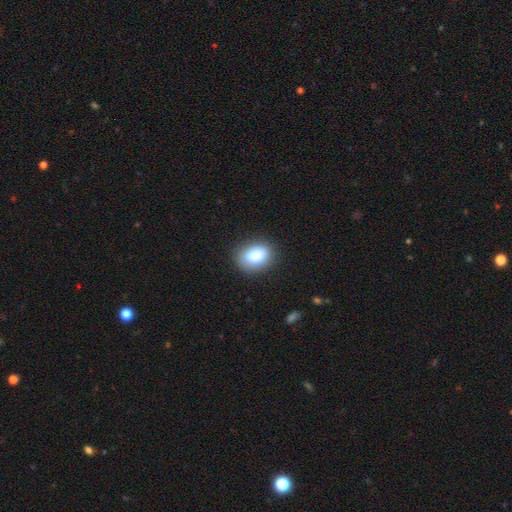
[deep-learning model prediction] Q: Smooth or featured?
A: smooth (84%); runner-up: featured or disk (9%)
Q: How rounded?
A: in between (73%); runner-up: round (25%)
Q: Merging?
A: none (86%); runner-up: minor disturbance (10%)